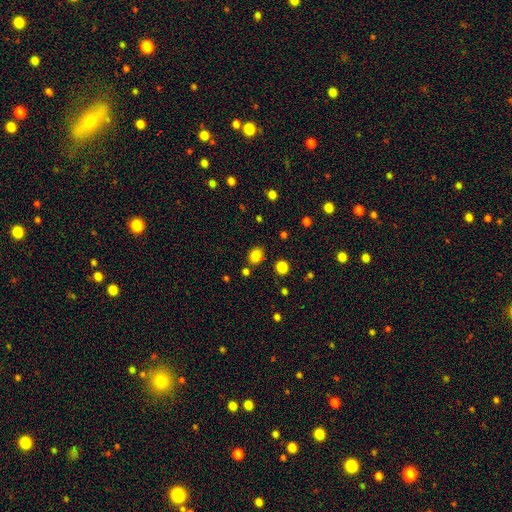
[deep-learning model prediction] Morphology: type=smooth (82%); roundness=round (59%); merging=none (79%).